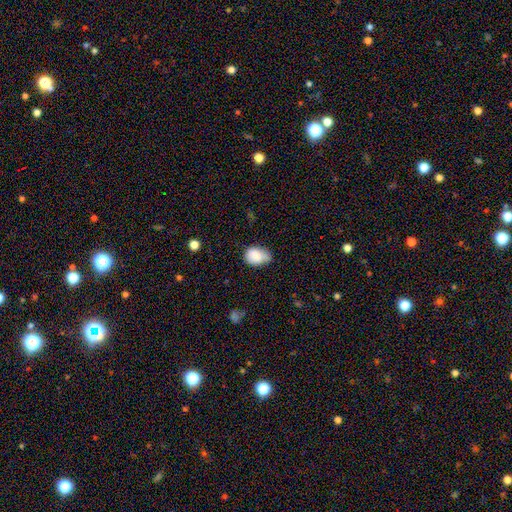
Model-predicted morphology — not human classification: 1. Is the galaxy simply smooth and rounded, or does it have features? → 82% smooth, 9% featured or disk, 8% star or artifact.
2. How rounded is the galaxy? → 74% in between, 25% round, 1% cigar-shaped.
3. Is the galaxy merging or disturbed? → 45% none, 42% minor disturbance, 9% major disturbance, 4% merger.